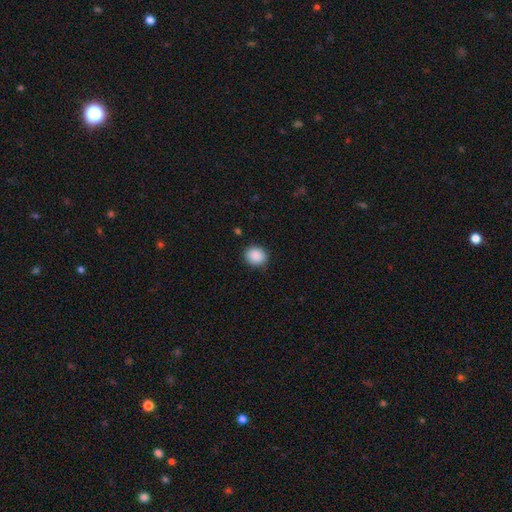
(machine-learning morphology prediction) Smooth or featured? Predicted: smooth (p=0.89). How rounded? Predicted: round (p=0.74). Merging? Predicted: none (p=0.85).